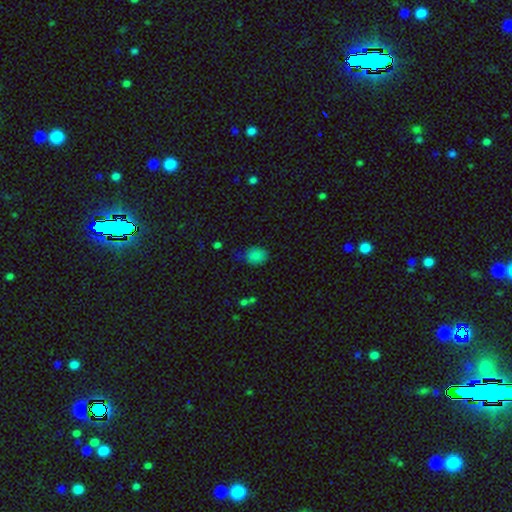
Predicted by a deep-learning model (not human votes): This appears to be a smooth galaxy with no disk features (83%) that is in between round and cigar-shaped (60%). Merging: none (61%).